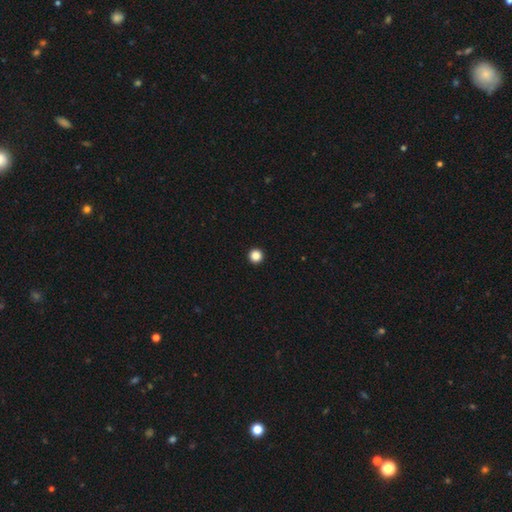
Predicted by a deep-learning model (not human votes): Smooth or featured? smooth (86%)
How rounded? round (97%)
Merging? none (95%)